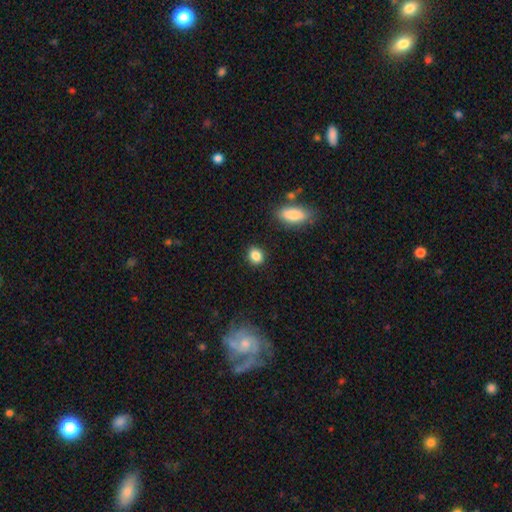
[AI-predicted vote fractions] A smooth galaxy with no disk features (86%) that is round (54%). Merging: none (88%).